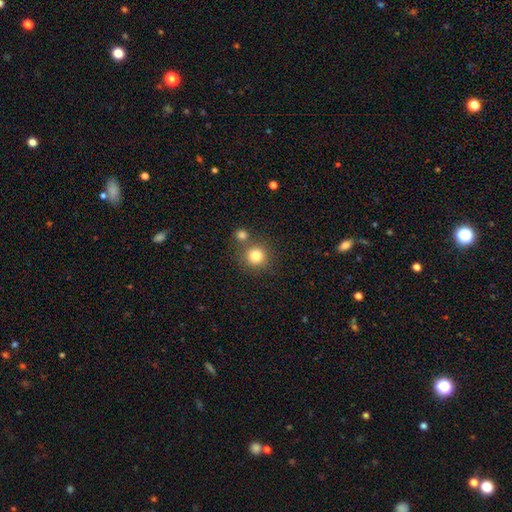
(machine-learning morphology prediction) Overall: smooth (81%). How rounded: round (92%). Merging: none (70%).